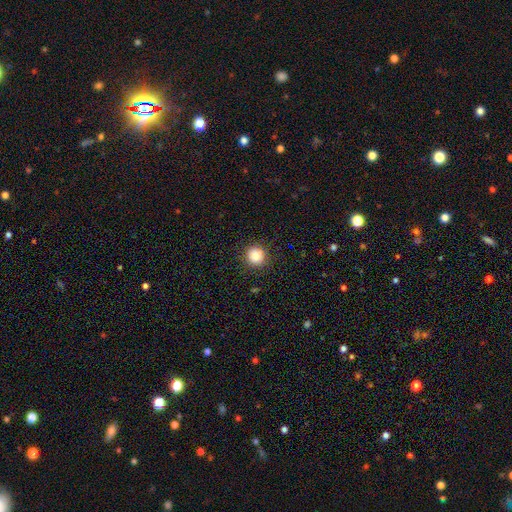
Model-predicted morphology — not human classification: Smooth or featured? Predicted: smooth (p=0.83). How rounded? Predicted: round (p=0.94). Merging? Predicted: none (p=0.90).